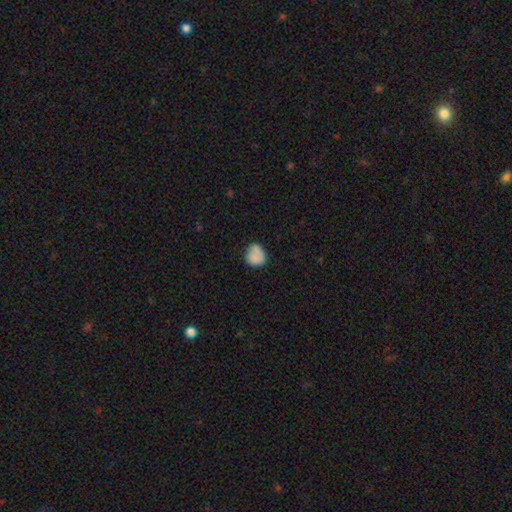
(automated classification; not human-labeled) The model was most divided on "merging": none: 64%, minor disturbance: 25%, major disturbance: 7%, merger: 4%. More confident: smooth or featured — smooth (81%); how rounded — round (74%).